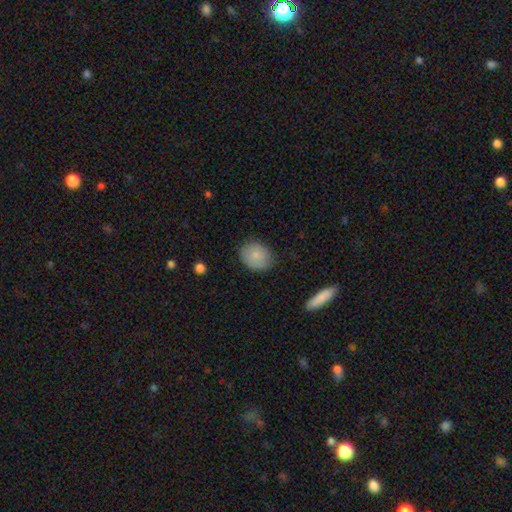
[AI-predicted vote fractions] A smooth galaxy with no disk features (80%) that is round (54%).

Vote fractions:
- Smooth or featured? smooth: 80% / featured or disk: 13% / star or artifact: 7%
- How rounded? round: 54% / in between: 45% / cigar-shaped: 1%
- Merging? none: 77% / minor disturbance: 18% / major disturbance: 4% / merger: 1%